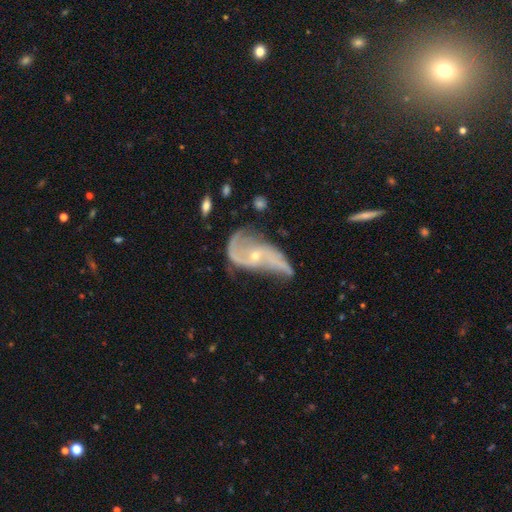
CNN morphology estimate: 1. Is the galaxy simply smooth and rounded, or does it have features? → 84% featured or disk, 9% smooth, 7% star or artifact.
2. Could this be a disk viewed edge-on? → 95% no, 5% yes.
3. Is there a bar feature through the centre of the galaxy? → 66% no, 25% weak, 9% strong.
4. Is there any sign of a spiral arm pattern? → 90% yes, 10% no.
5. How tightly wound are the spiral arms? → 65% loose, 26% medium, 10% tight.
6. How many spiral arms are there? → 80% 2, 8% can't tell, 5% 1, 3% 3, 2% 4, 2% more than 4.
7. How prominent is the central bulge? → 71% small, 25% moderate, 2% none, 1% large, 1% dominant.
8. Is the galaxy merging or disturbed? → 38% none, 28% minor disturbance, 27% major disturbance, 7% merger.